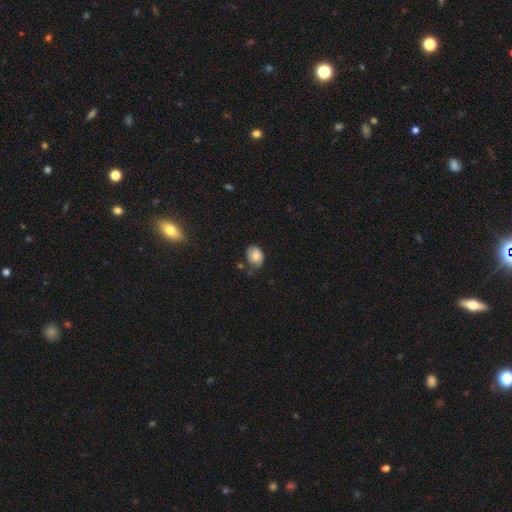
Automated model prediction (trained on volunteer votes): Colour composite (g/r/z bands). It shows a smooth galaxy with no disk features (77%) that is in between round and cigar-shaped (65%). Merging: none (58%).